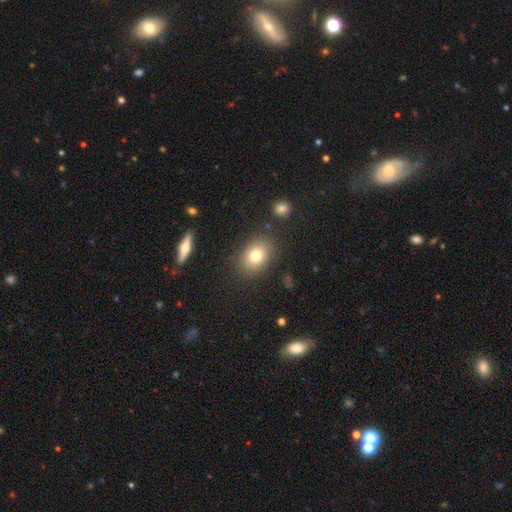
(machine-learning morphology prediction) type=smooth (78%); roundness=in between (70%); merging=none (84%).